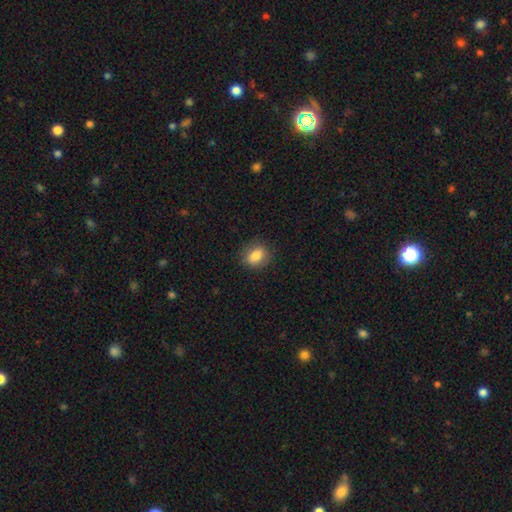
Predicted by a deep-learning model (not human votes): Smooth or featured? smooth (83%)
How rounded? in between (54%)
Merging? none (82%)